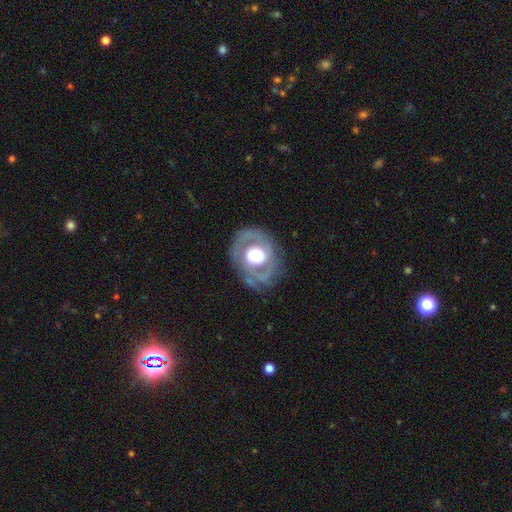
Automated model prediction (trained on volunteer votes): A featured or disk galaxy (73%) with no bar (67%), spiral arms (66%) and a large central bulge (49%).

Vote fractions:
- Smooth or featured? featured or disk: 73% / smooth: 21% / star or artifact: 5%
- Edge-on disk? no: 97% / yes: 3%
- Bar? no: 67% / weak: 25% / strong: 8%
- Spiral arms? yes: 66% / no: 34%
- Bulge size? large: 49% / moderate: 39% / dominant: 8% / small: 3% / none: 1%
- Merging? none: 73% / minor disturbance: 16% / major disturbance: 9% / merger: 1%